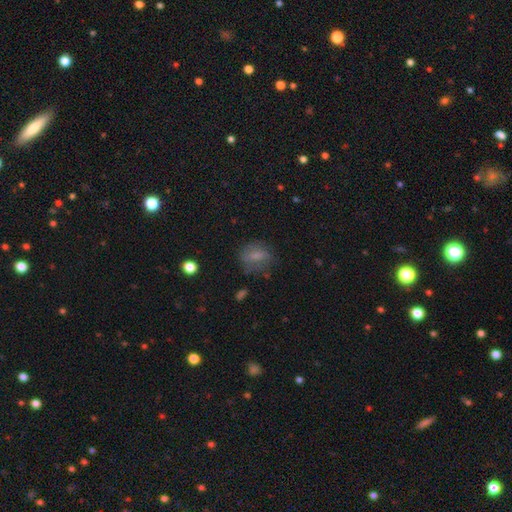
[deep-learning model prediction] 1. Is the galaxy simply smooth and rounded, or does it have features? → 67% smooth, 21% featured or disk, 12% star or artifact.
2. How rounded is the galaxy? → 49% in between, 48% round, 3% cigar-shaped.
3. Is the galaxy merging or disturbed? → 65% none, 22% minor disturbance, 11% major disturbance, 2% merger.